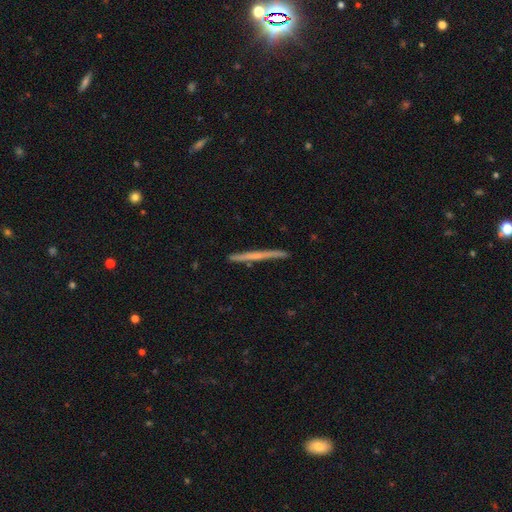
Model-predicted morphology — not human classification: A featured or disk galaxy (53%) viewed edge-on (97%) with no central bulge (82%). Merging: none (90%).